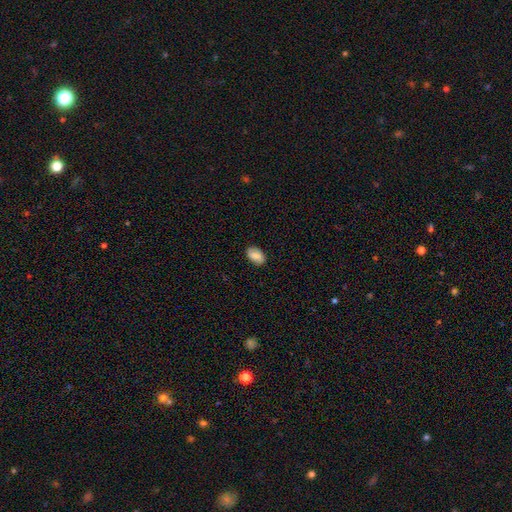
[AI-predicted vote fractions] Smooth or featured?
  - smooth: 81% *
  - featured or disk: 12%
  - star or artifact: 7%
How rounded?
  - in between: 91% *
  - round: 8%
  - cigar-shaped: 2%
Merging?
  - none: 85% *
  - minor disturbance: 12%
  - major disturbance: 2%
  - merger: 1%